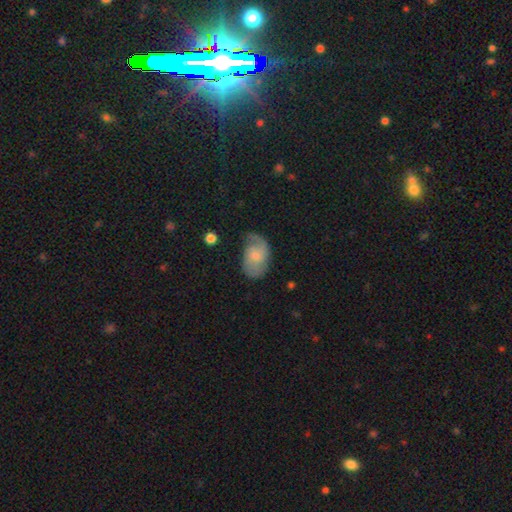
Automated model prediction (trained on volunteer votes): A featured or disk galaxy (58%) with no bar (60%), spiral arms (88%) and a small central bulge (54%).

Vote fractions:
- Smooth or featured? featured or disk: 58% / smooth: 35% / star or artifact: 7%
- Edge-on disk? no: 97% / yes: 3%
- Bar? no: 60% / weak: 35% / strong: 5%
- Spiral arms? yes: 88% / no: 12%
- Bulge size? small: 54% / moderate: 29% / none: 12% / large: 4% / dominant: 1%
- Merging? none: 56% / minor disturbance: 28% / major disturbance: 15% / merger: 2%